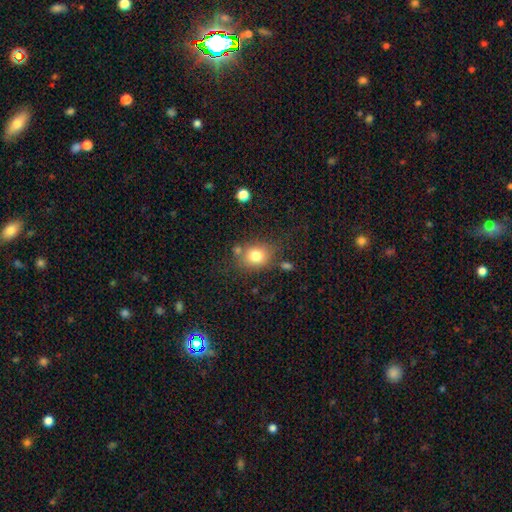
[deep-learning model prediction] Morphology: type=smooth (78%); roundness=round (61%); merging=none (68%).